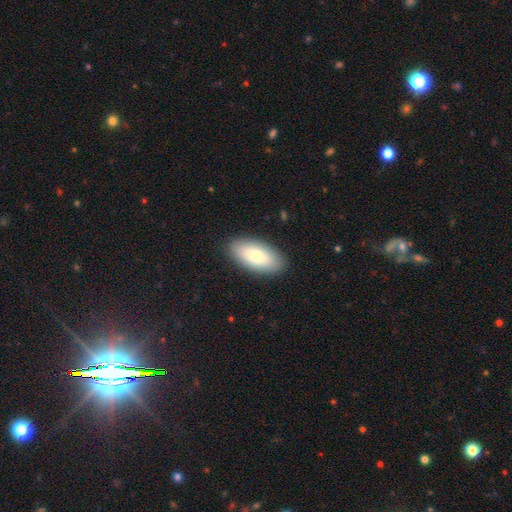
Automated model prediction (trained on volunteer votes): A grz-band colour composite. It shows a smooth galaxy with no disk features (80%) that is in between round and cigar-shaped (91%). Merging: none (89%).